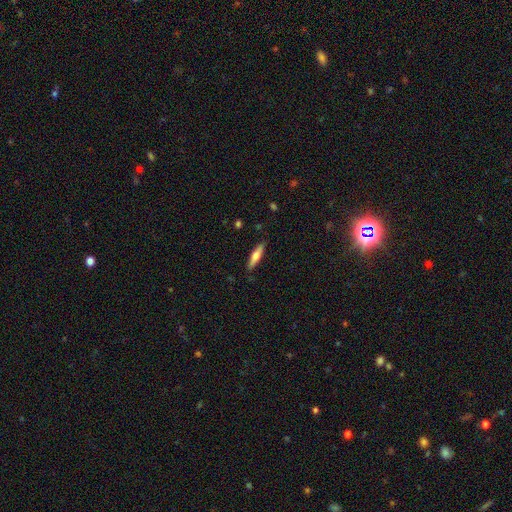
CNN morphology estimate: Smooth or featured: smooth — 58% (featured or disk — 36%)
How rounded: cigar-shaped — 79% (in between — 19%)
Merging: none — 87% (minor disturbance — 10%)